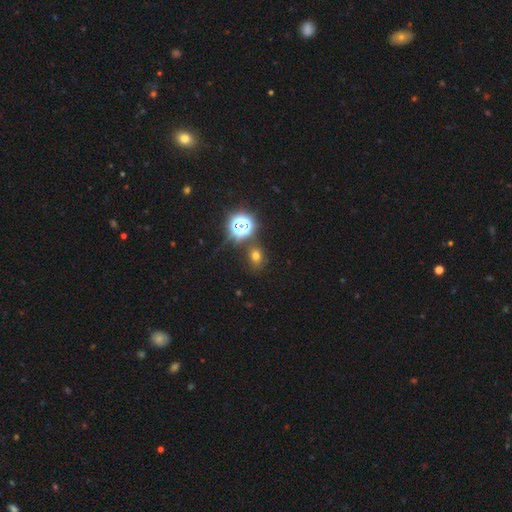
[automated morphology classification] Q: Smooth or featured?
A: smooth (60%); runner-up: star or artifact (31%)
Q: How rounded?
A: in between (52%); runner-up: round (46%)
Q: Merging?
A: none (78%); runner-up: minor disturbance (11%)